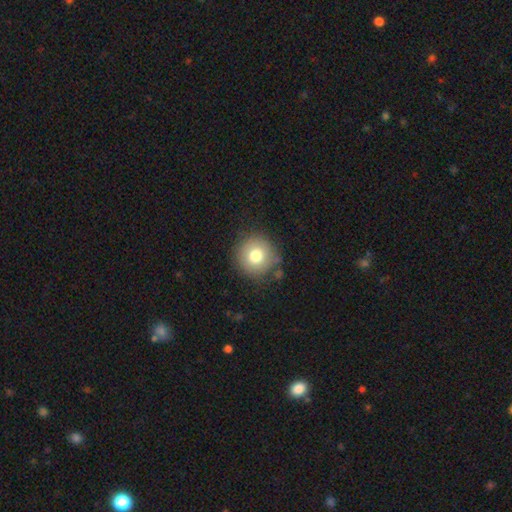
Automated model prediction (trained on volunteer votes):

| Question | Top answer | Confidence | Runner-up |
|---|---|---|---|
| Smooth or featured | smooth | 77% | featured or disk (13%) |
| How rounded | round | 94% | in between (5%) |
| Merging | none | 82% | minor disturbance (11%) |